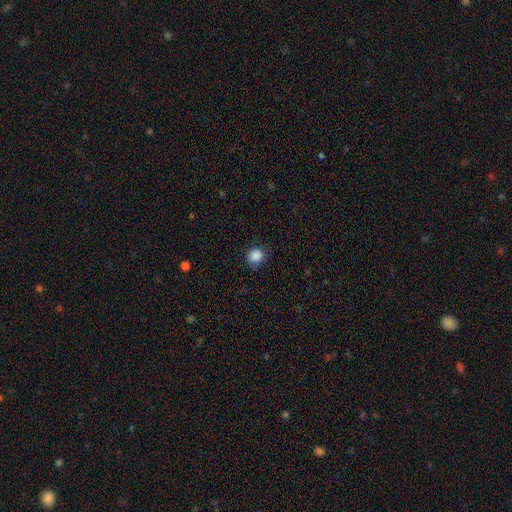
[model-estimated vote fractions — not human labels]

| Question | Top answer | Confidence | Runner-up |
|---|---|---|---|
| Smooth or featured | smooth | 87% | star or artifact (10%) |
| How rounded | round | 82% | in between (17%) |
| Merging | none | 84% | minor disturbance (11%) |